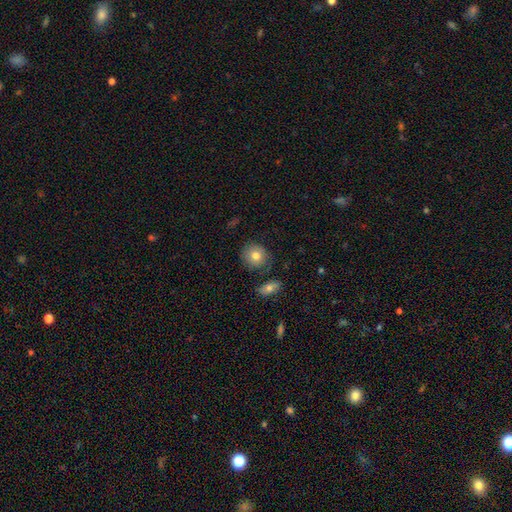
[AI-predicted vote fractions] This is likely a smooth galaxy (79%). How rounded: clearly round (83%). Merging: likely none (78%).